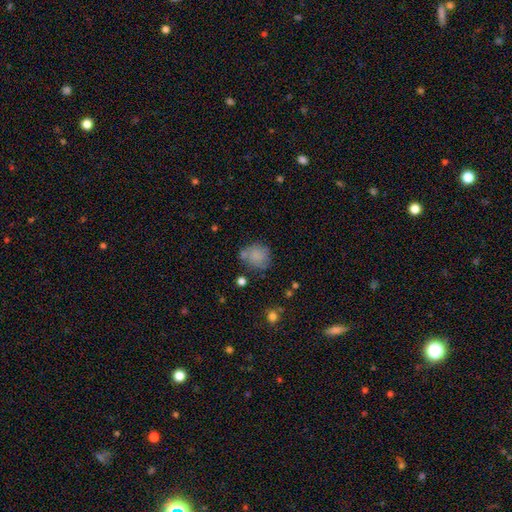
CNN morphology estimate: A smooth galaxy with no disk features (76%) that is round (73%). Merging: none (57%).